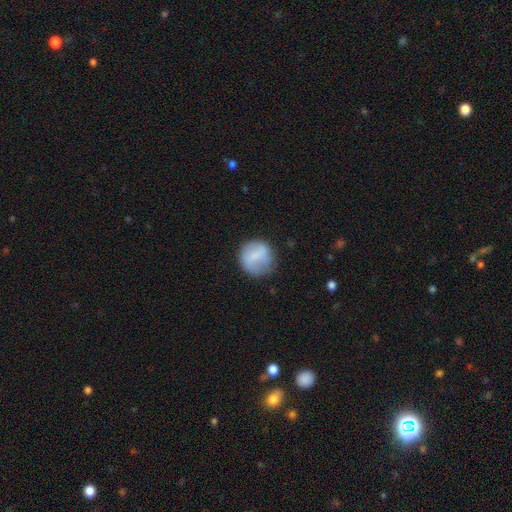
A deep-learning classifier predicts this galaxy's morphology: Q: Smooth or featured?
A: smooth (67%); runner-up: featured or disk (26%)
Q: How rounded?
A: round (89%); runner-up: in between (10%)
Q: Merging?
A: none (69%); runner-up: minor disturbance (20%)